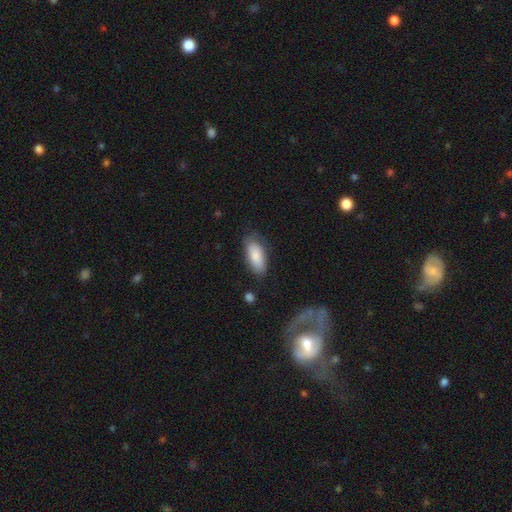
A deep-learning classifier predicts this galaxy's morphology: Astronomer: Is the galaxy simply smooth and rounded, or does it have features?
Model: smooth — 84%.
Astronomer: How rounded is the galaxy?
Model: in between — 84%.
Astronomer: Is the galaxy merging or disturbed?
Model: none — 70%.